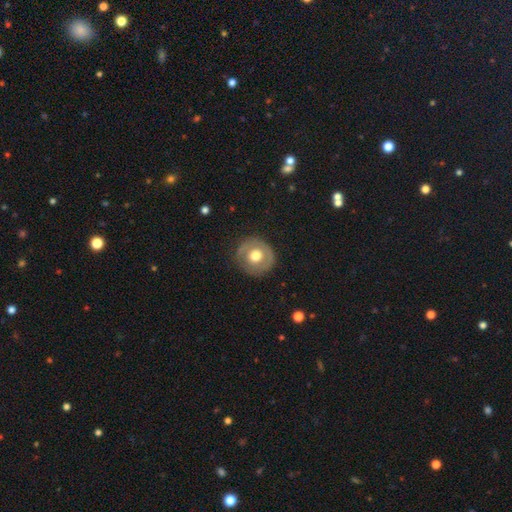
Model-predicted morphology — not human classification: This appears to be a smooth galaxy with no disk features (53%) that is round (92%). Merging: none (83%).